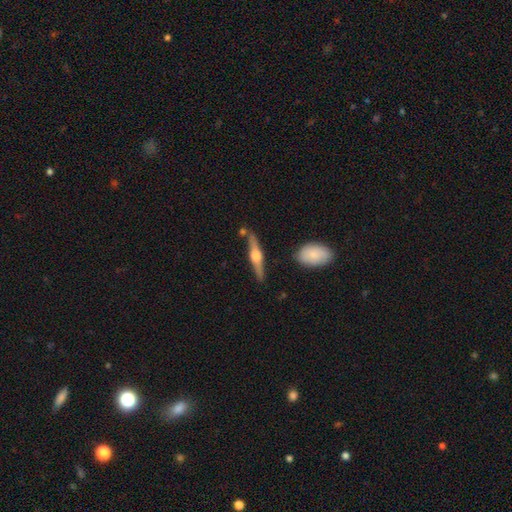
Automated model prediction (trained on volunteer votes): A featured or disk galaxy (74%) viewed edge-on (97%) with a rounded central bulge (93%). Merging: none (82%).